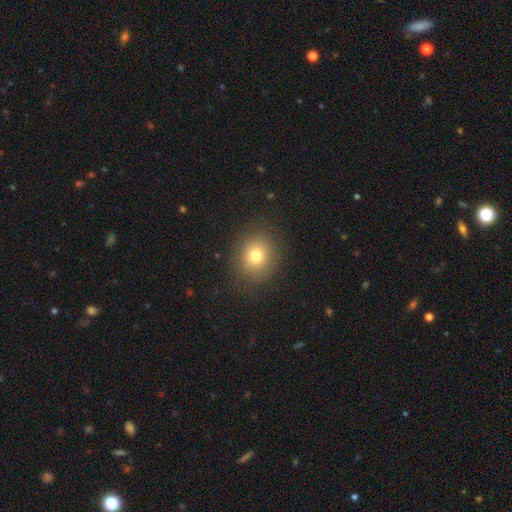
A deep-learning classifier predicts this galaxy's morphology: A smooth galaxy with no disk features (76%) that is round (66%). Merging: none (86%).